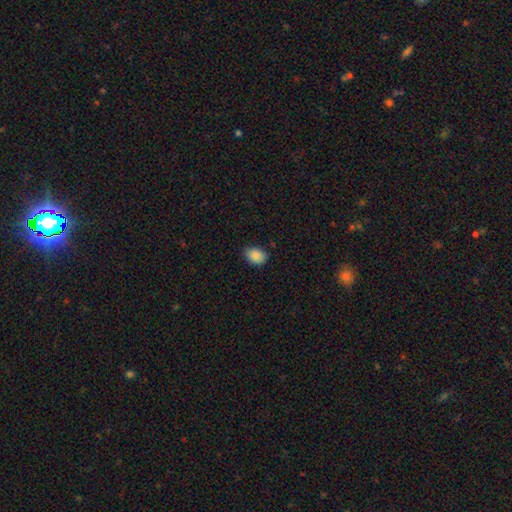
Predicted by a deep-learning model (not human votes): This appears to be a smooth galaxy with no disk features (88%) that is in between round and cigar-shaped (75%). Merging: none (77%).